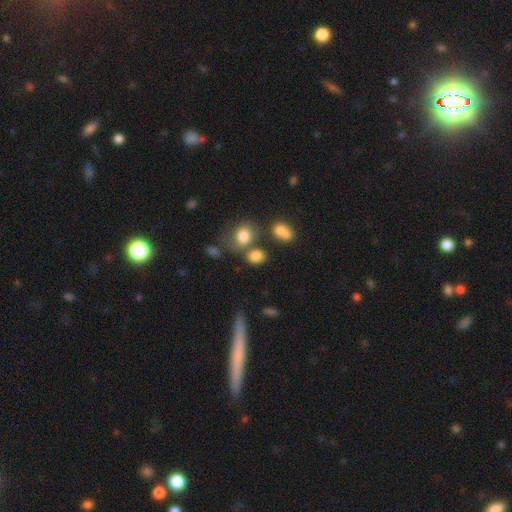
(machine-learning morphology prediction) Q: Smooth or featured?
A: smooth (80%); runner-up: star or artifact (12%)
Q: How rounded?
A: in between (50%); runner-up: round (49%)
Q: Merging?
A: none (54%); runner-up: merger (25%)